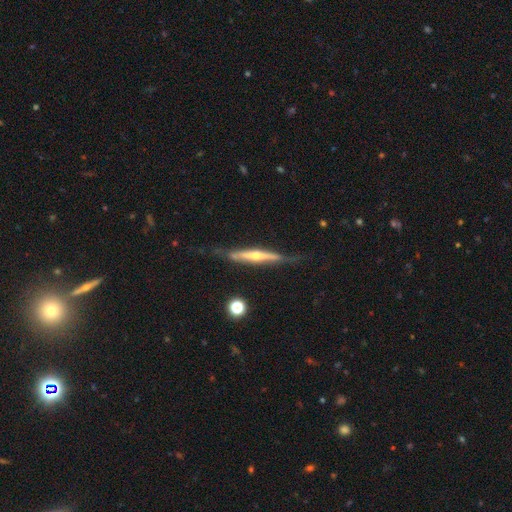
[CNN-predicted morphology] This is likely a featured or disk galaxy (75%). It is clearly viewed edge-on (92%). Edge-on bulge: likely rounded (77%). Merging: likely none (66%).